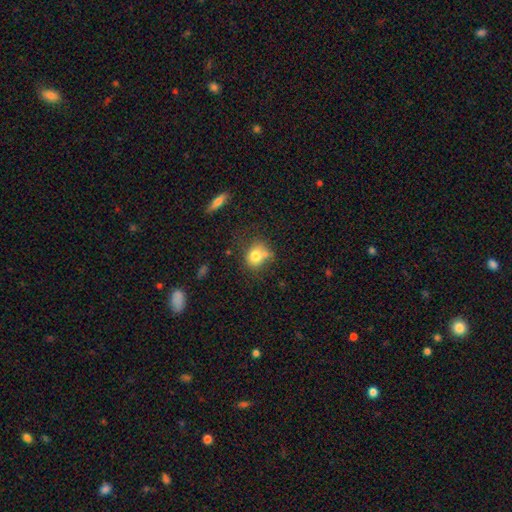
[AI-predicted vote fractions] Smooth or featured: smooth — 76% (featured or disk — 13%)
How rounded: round — 59% (in between — 40%)
Merging: none — 51% (minor disturbance — 21%)